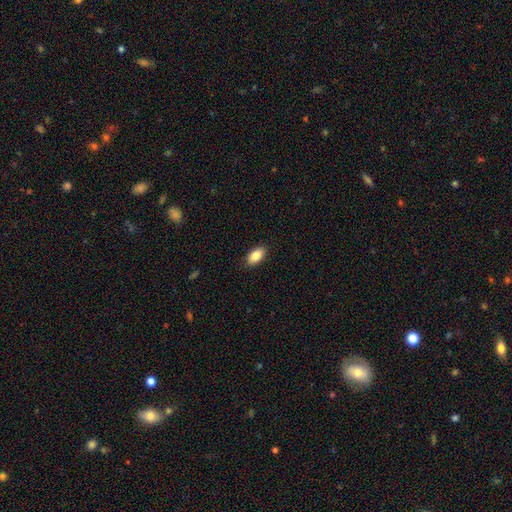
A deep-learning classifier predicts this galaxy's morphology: Smooth or featured?
  - smooth: 87% *
  - star or artifact: 7%
  - featured or disk: 6%
How rounded?
  - in between: 93% *
  - cigar-shaped: 4%
  - round: 4%
Merging?
  - none: 89% *
  - minor disturbance: 8%
  - major disturbance: 2%
  - merger: 1%